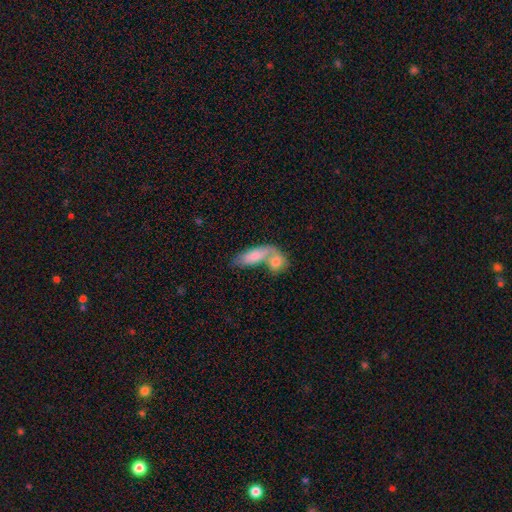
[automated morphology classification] Smooth or featured? smooth (75%)
How rounded? in between (72%)
Merging? merger (62%)